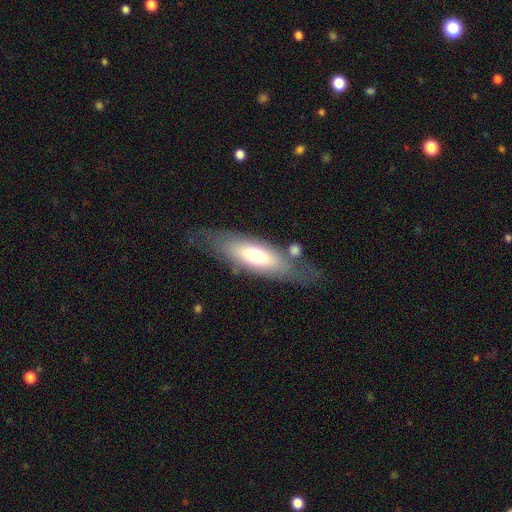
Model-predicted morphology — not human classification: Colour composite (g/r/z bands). It shows a smooth galaxy with no disk features (56%) that is in between round and cigar-shaped (55%). Merging: none (66%).